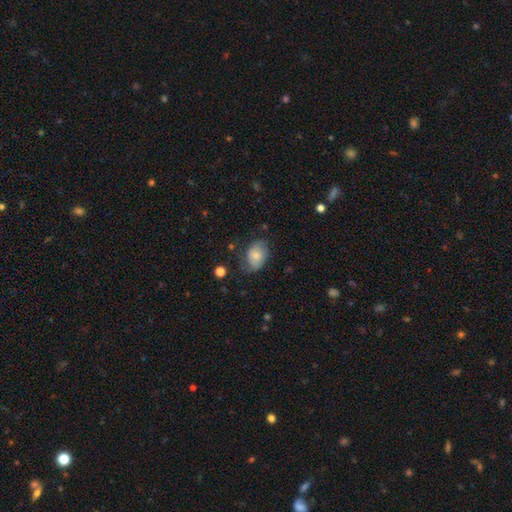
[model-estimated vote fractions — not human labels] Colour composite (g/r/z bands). It shows a smooth galaxy with no disk features (72%) that is in between round and cigar-shaped (81%). Merging: none (61%).